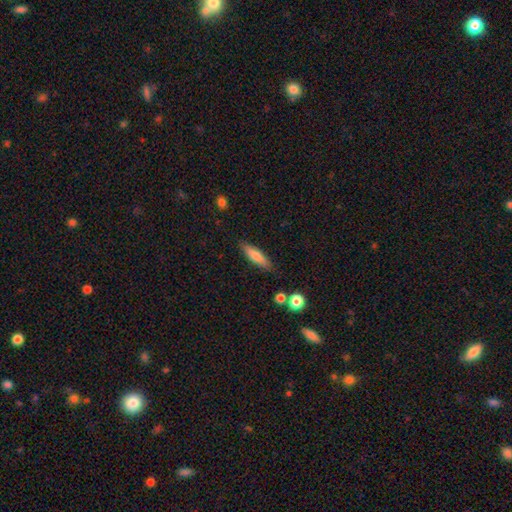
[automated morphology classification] This is likely a smooth galaxy (71%). How rounded: likely cigar-shaped (71%). Merging: clearly none (85%).